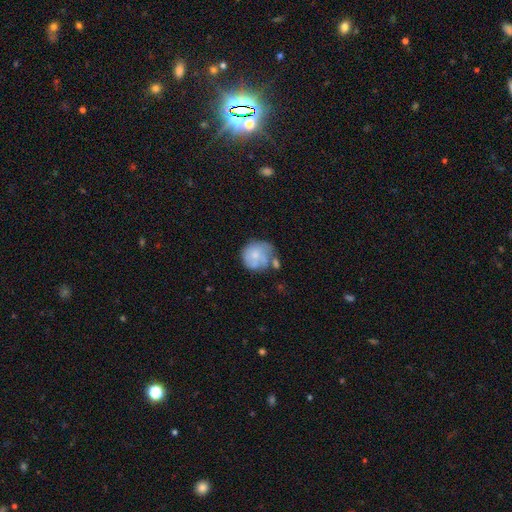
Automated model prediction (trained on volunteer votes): Smooth or featured? smooth (62%)
How rounded? round (83%)
Merging? none (43%)